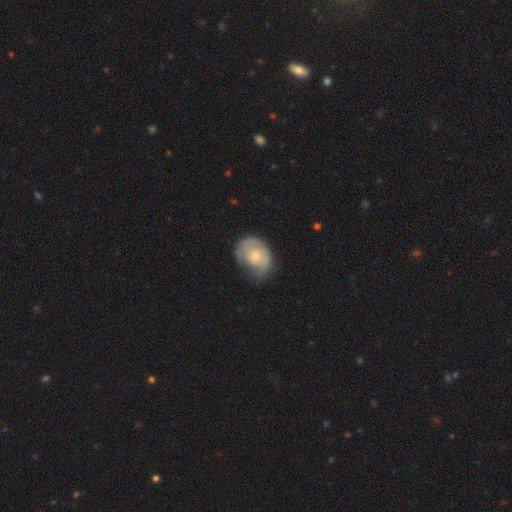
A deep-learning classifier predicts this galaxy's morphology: Smooth or featured?
  - featured or disk: 53% *
  - smooth: 42%
  - star or artifact: 6%
Edge-on disk?
  - no: 97% *
  - yes: 3%
Bar?
  - no: 82% *
  - weak: 15%
  - strong: 2%
Spiral arms?
  - yes: 65% *
  - no: 35%
Bulge size?
  - small: 58% *
  - moderate: 36%
  - large: 2%
  - none: 2%
  - dominant: 1%
Merging?
  - none: 44% *
  - minor disturbance: 34%
  - major disturbance: 20%
  - merger: 2%